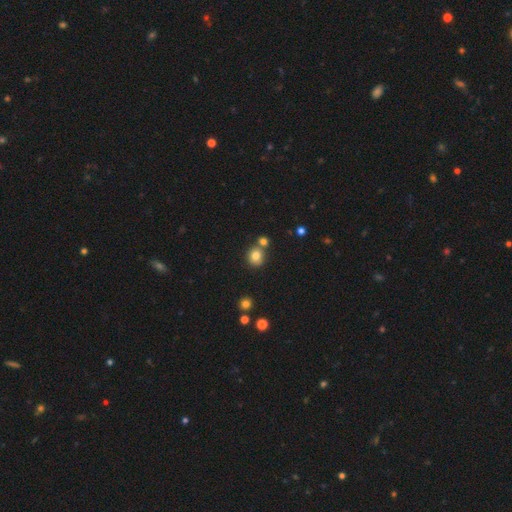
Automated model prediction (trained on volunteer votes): Smooth or featured: smooth — 80% (star or artifact — 12%)
How rounded: round — 83% (in between — 16%)
Merging: none — 65% (merger — 22%)